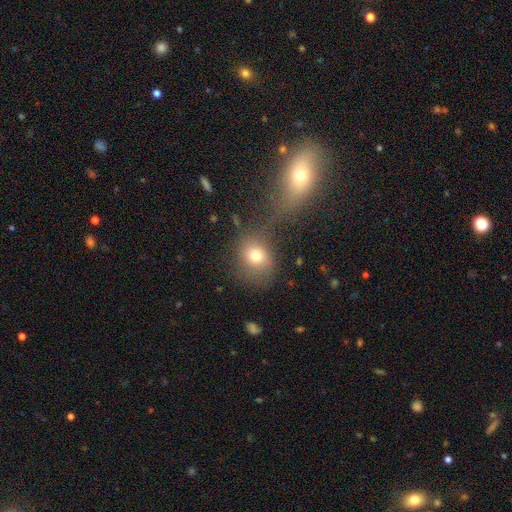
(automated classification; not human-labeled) The model was most divided on "merging": none: 54%, merger: 24%, minor disturbance: 12%, major disturbance: 10%. More confident: smooth or featured — smooth (74%); how rounded — round (69%).